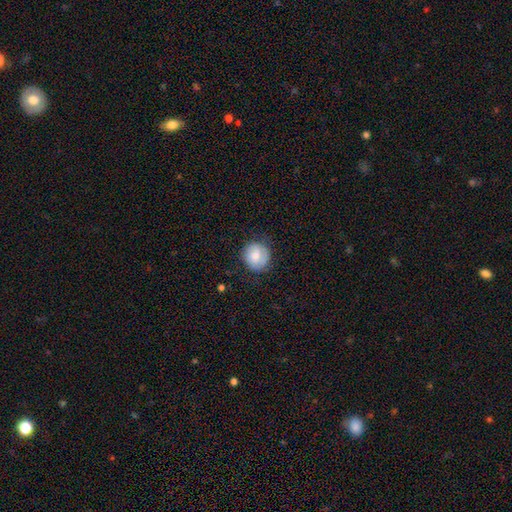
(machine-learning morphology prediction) Smooth or featured: smooth — 65% (featured or disk — 27%)
How rounded: round — 83% (in between — 17%)
Merging: none — 72% (minor disturbance — 20%)